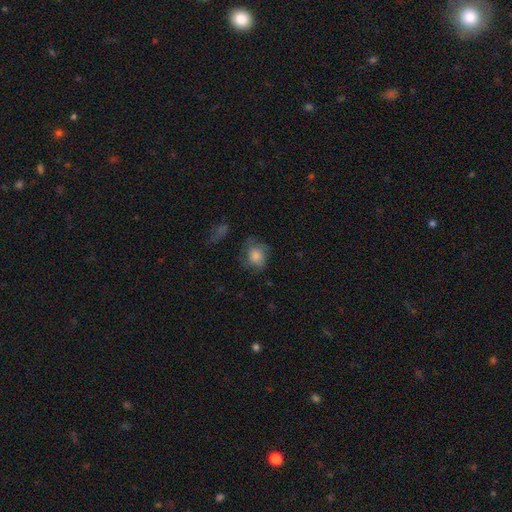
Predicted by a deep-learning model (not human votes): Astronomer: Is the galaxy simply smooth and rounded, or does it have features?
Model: smooth — 67%.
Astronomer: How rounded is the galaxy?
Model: round — 67%.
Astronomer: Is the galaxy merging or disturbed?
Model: none — 55%.